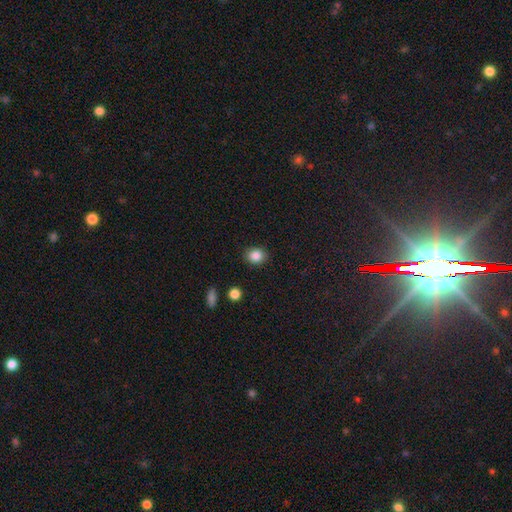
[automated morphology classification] smooth-or-featured: smooth: 86% | star or artifact: 9% | featured or disk: 5%
  how-rounded: round: 57% | in between: 42% | cigar-shaped: 1%
  merging: none: 88% | minor disturbance: 8% | major disturbance: 2% | merger: 2%